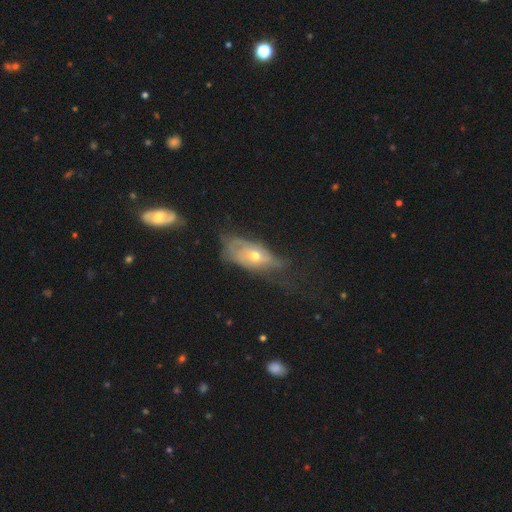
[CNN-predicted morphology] Smooth or featured?
  - featured or disk: 60% *
  - smooth: 31%
  - star or artifact: 10%
Edge-on disk?
  - no: 83% *
  - yes: 17%
Merging?
  - none: 37% *
  - major disturbance: 31%
  - minor disturbance: 29%
  - merger: 4%